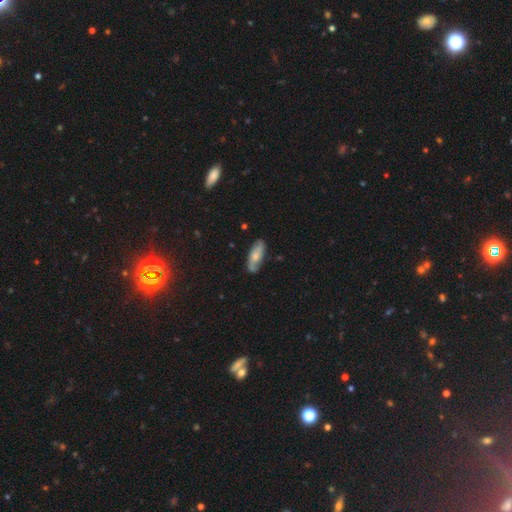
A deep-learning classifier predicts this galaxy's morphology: Smooth or featured?
  - smooth: 53% *
  - featured or disk: 40%
  - star or artifact: 6%
How rounded?
  - in between: 72% *
  - cigar-shaped: 25%
  - round: 2%
Merging?
  - none: 77% *
  - minor disturbance: 18%
  - major disturbance: 3%
  - merger: 2%